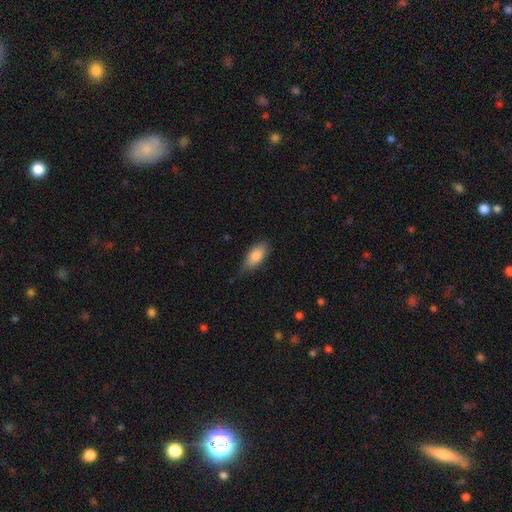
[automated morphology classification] A smooth galaxy with no disk features (84%) that is in between round and cigar-shaped (88%).

Vote fractions:
- Smooth or featured? smooth: 84% / featured or disk: 10% / star or artifact: 6%
- How rounded? in between: 88% / cigar-shaped: 9% / round: 3%
- Merging? none: 62% / minor disturbance: 31% / major disturbance: 6% / merger: 1%